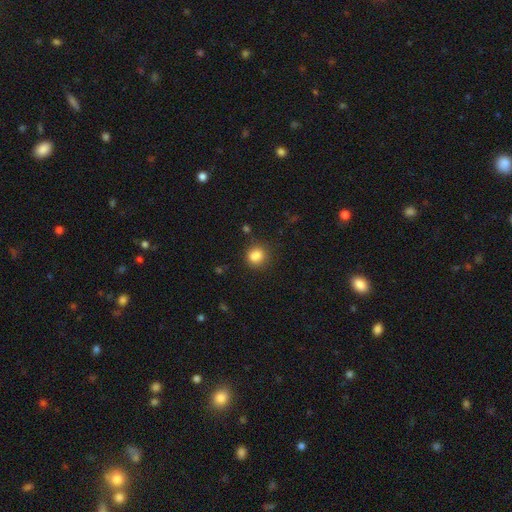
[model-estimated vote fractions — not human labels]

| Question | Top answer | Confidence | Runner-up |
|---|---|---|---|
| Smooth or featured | smooth | 83% | star or artifact (11%) |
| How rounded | round | 68% | in between (31%) |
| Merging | none | 71% | minor disturbance (16%) |